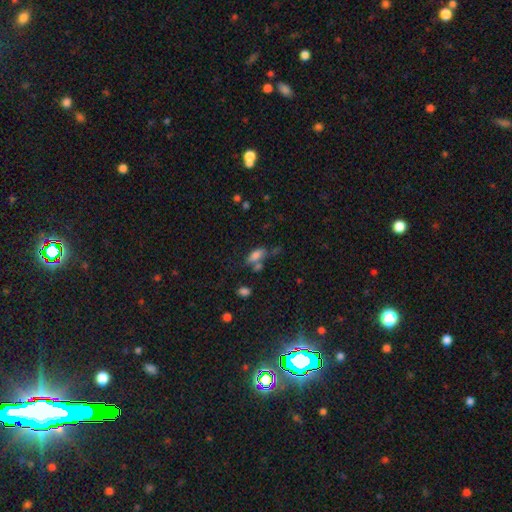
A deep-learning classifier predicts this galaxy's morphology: Overall: smooth (76%). How rounded: in between (84%). Merging: none (40%; merger 27%).